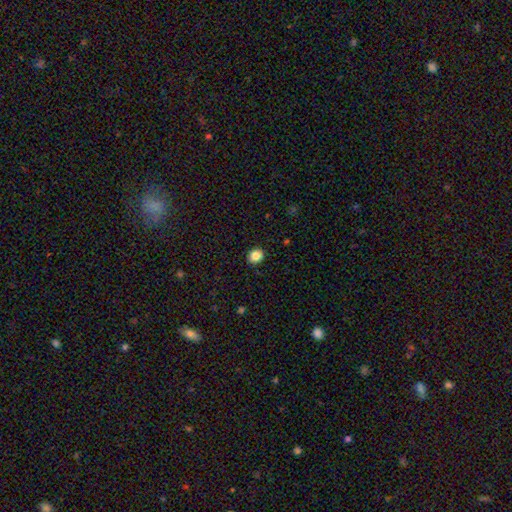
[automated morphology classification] smooth 85%, star or artifact 10%, featured or disk 5%. Down the decision tree: how rounded — round (72%); merging — none (90%).